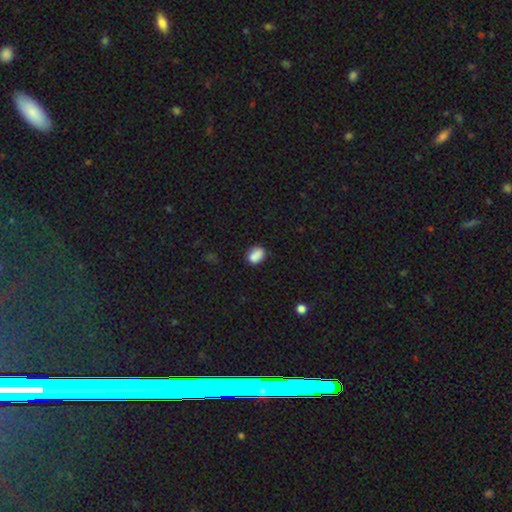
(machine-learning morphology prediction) The model was most divided on "how rounded": in between: 73%, round: 25%, cigar-shaped: 2%. More confident: smooth or featured — smooth (85%); merging — none (72%).